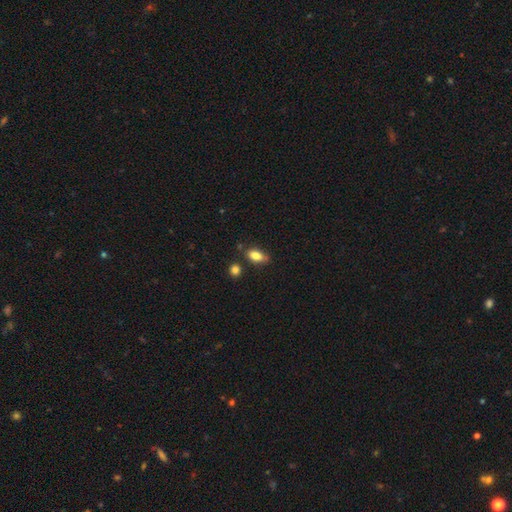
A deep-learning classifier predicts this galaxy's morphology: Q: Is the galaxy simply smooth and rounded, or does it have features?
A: smooth — 83%.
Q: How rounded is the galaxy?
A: in between — 85%.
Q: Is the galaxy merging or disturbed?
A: none — 70%.